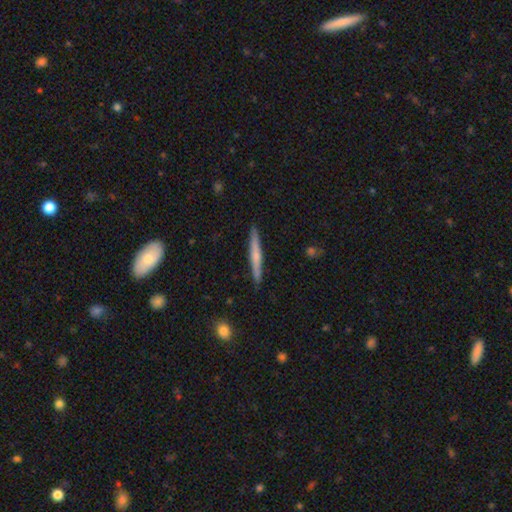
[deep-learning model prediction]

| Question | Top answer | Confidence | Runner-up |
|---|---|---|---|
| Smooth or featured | smooth | 48% | featured or disk (46%) |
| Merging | none | 90% | minor disturbance (7%) |